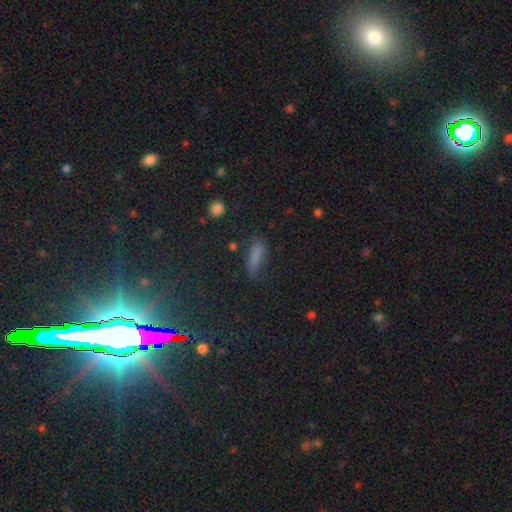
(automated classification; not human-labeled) smooth_or_featured: smooth (p=0.73) [alt: star or artifact p=0.15]
how_rounded: cigar-shaped (p=0.60) [alt: in between p=0.36]
merging: none (p=0.65) [alt: minor disturbance p=0.23]